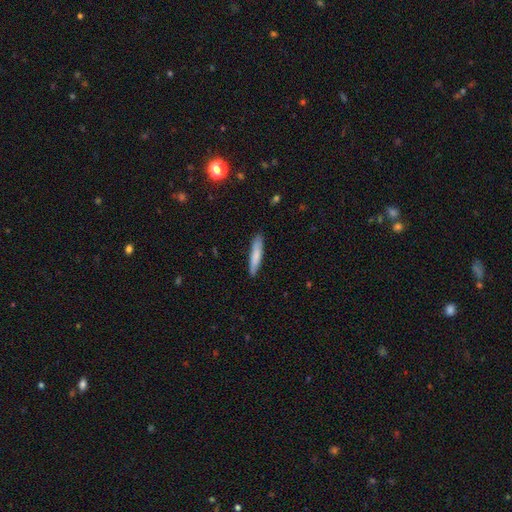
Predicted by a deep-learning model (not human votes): Morphology: type=smooth (78%); roundness=cigar-shaped (89%); merging=none (86%).